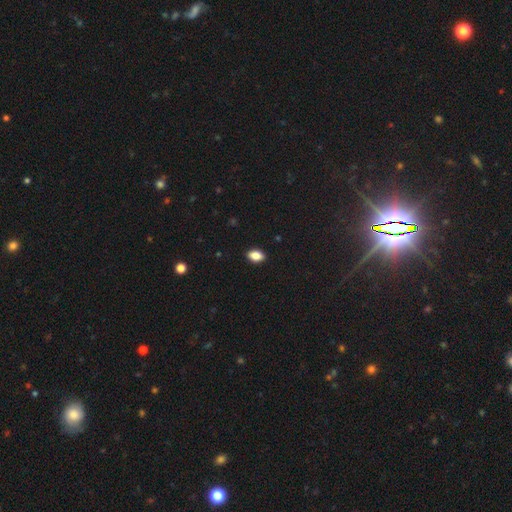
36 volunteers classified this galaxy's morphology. Smooth or featured? 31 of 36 (86%) said smooth. How rounded? 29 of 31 (94%) said in between. Merging? 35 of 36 (97%) said none.